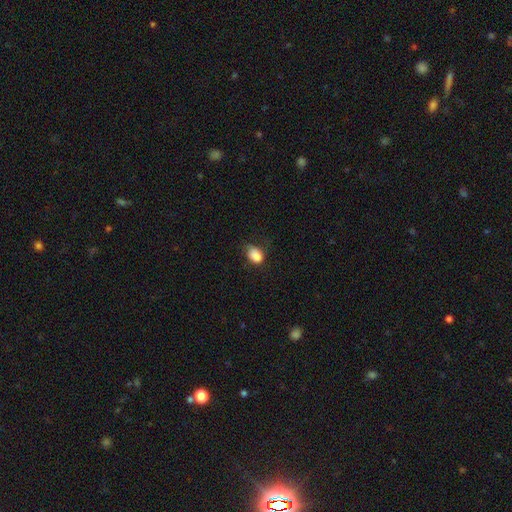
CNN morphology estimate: Q: Smooth or featured?
A: smooth (86%); runner-up: star or artifact (8%)
Q: How rounded?
A: in between (75%); runner-up: round (24%)
Q: Merging?
A: none (51%); runner-up: minor disturbance (35%)